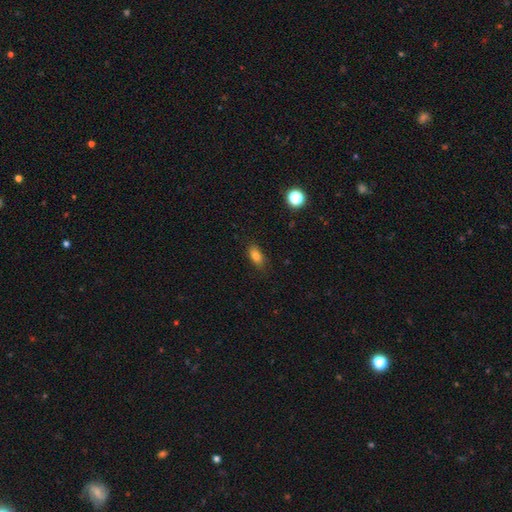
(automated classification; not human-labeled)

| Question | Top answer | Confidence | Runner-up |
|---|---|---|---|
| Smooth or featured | smooth | 80% | star or artifact (10%) |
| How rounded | in between | 84% | cigar-shaped (9%) |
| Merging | none | 81% | minor disturbance (15%) |